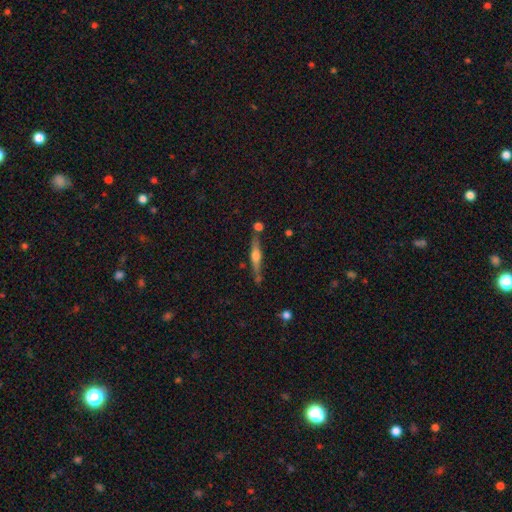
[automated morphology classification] smooth-or-featured: featured or disk: 63% | smooth: 30% | star or artifact: 7%
  disk-edge-on: yes: 96% | no: 4%
    edge-on-bulge: rounded: 83% | boxy: 11% | none: 6%
  merging: none: 73% | minor disturbance: 14% | merger: 9% | major disturbance: 3%